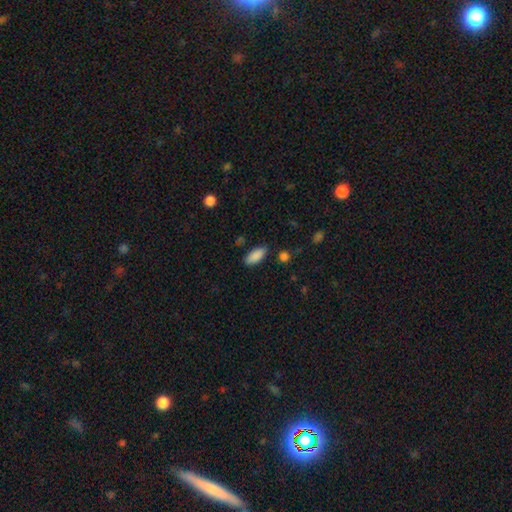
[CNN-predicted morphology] Q: Smooth or featured?
A: smooth (89%); runner-up: star or artifact (7%)
Q: How rounded?
A: in between (85%); runner-up: cigar-shaped (13%)
Q: Merging?
A: none (84%); runner-up: minor disturbance (12%)